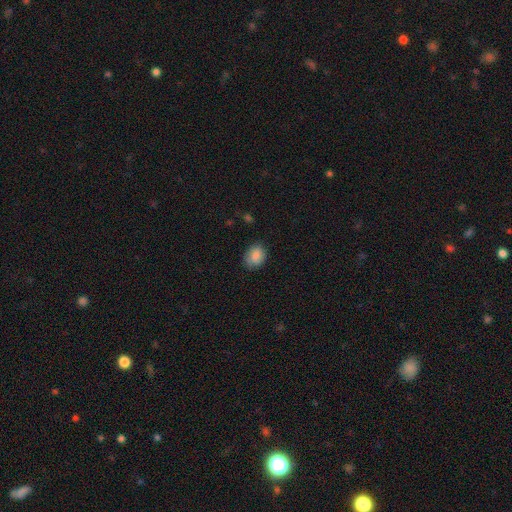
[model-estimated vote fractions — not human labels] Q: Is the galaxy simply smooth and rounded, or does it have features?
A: smooth — 84%.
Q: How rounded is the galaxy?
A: in between — 60%.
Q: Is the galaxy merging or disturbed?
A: none — 80%.